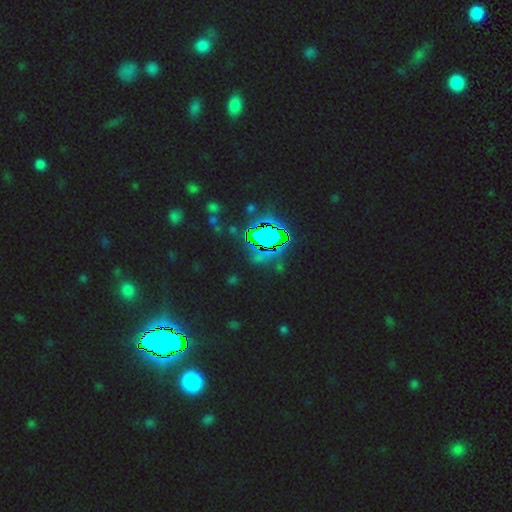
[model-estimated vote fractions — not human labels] smooth-or-featured: star or artifact: 79% | smooth: 12% | featured or disk: 9%